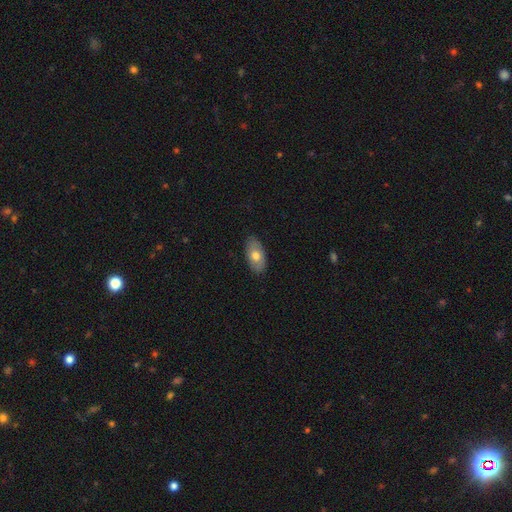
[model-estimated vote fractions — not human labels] A smooth galaxy with no disk features (66%) that is in between round and cigar-shaped (93%).

Vote fractions:
- Smooth or featured? smooth: 66% / featured or disk: 27% / star or artifact: 6%
- How rounded? in between: 93% / round: 4% / cigar-shaped: 3%
- Merging? none: 85% / minor disturbance: 12% / major disturbance: 2% / merger: 1%